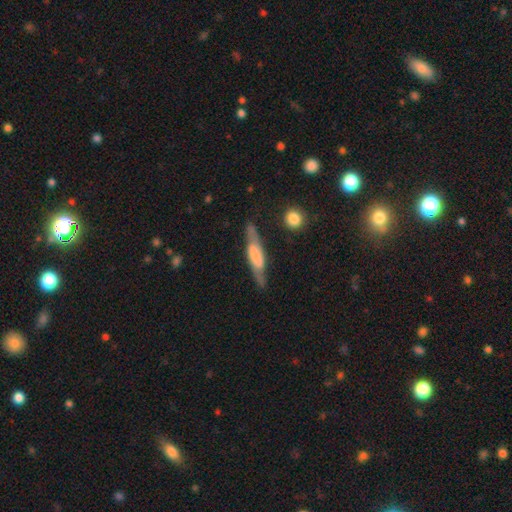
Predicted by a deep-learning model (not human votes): Smooth or featured? featured or disk (56%)
Edge-on disk? yes (67%)
Merging? none (69%)